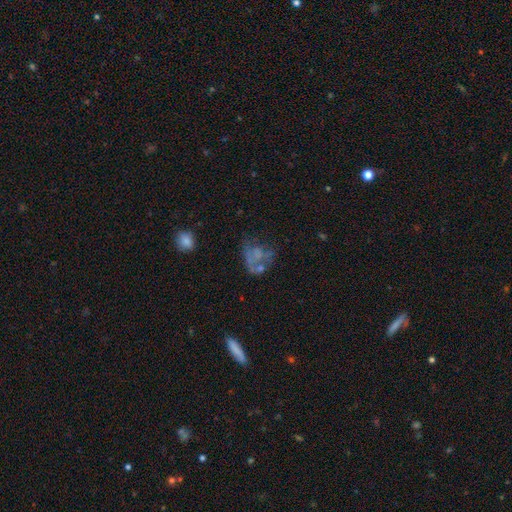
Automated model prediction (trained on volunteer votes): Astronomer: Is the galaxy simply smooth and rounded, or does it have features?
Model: featured or disk — 48% (runner-up: smooth, 36%).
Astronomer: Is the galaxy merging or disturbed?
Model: major disturbance — 36% (runner-up: none, 31%).